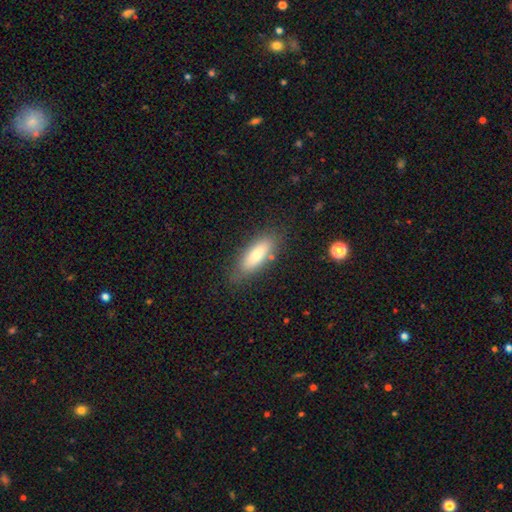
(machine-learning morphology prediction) smooth-or-featured: smooth: 70% | featured or disk: 20% | star or artifact: 10%
  how-rounded: in between: 55% | cigar-shaped: 43% | round: 2%
  merging: none: 83% | minor disturbance: 12% | major disturbance: 3% | merger: 2%